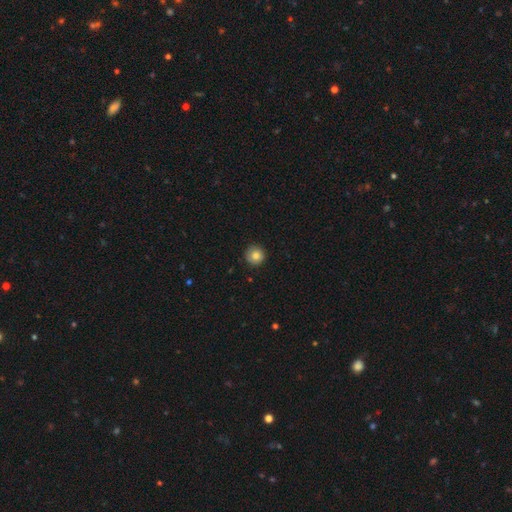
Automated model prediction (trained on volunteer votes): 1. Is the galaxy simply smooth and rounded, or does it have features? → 82% smooth, 9% star or artifact, 9% featured or disk.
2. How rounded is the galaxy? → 95% round, 5% in between, 1% cigar-shaped.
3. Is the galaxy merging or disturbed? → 85% none, 11% minor disturbance, 2% major disturbance, 1% merger.